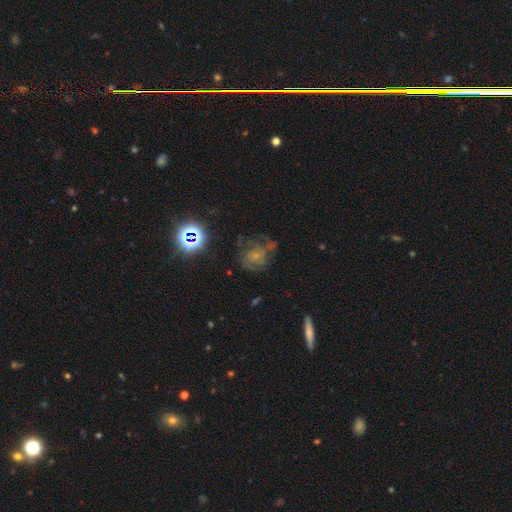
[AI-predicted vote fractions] Smooth or featured? Predicted: featured or disk (p=0.45). Merging? Predicted: none (p=0.44).